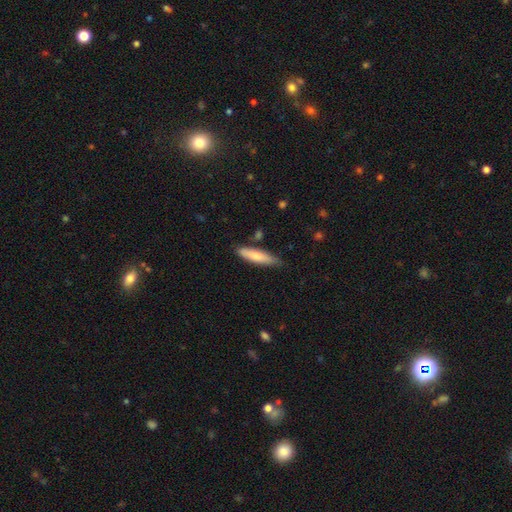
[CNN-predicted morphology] type=smooth (76%); roundness=cigar-shaped (79%); merging=none (76%).